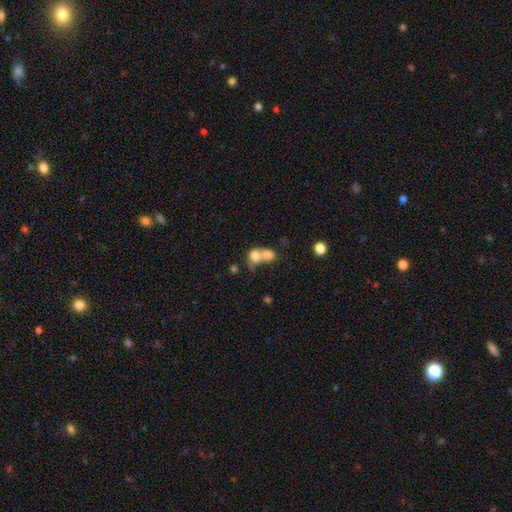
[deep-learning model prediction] Overall: smooth (73%). How rounded: round (51%; in between 47%). Merging: merger (74%).